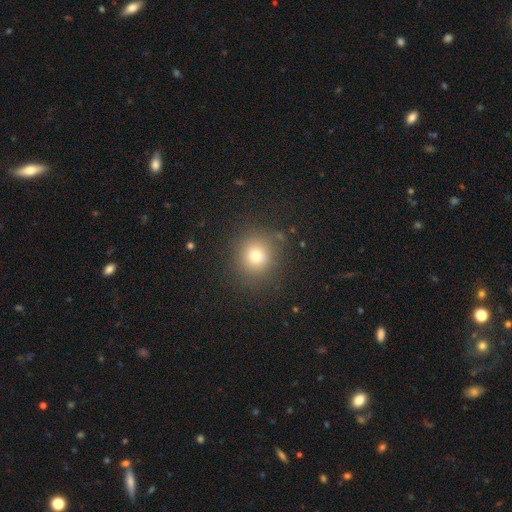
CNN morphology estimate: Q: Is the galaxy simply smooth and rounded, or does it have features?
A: smooth — 74%.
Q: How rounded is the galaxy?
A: round — 89%.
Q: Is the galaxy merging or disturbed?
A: none — 87%.